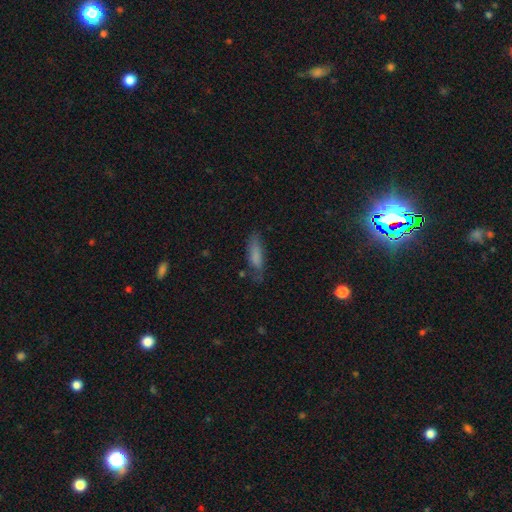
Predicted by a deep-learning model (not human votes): smooth_or_featured: smooth (p=0.75) [alt: featured or disk p=0.16]
how_rounded: in between (p=0.50) [alt: cigar-shaped p=0.48]
merging: none (p=0.61) [alt: minor disturbance p=0.27]